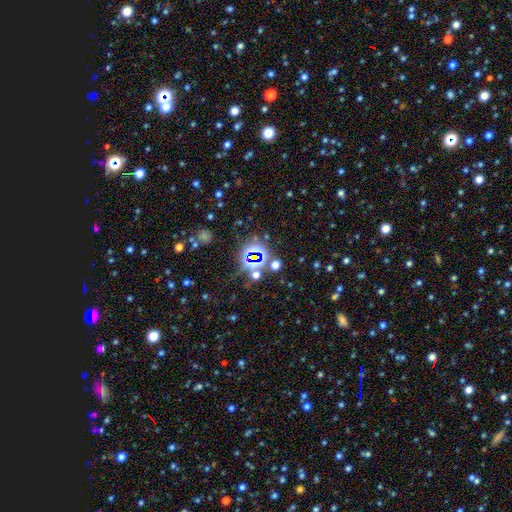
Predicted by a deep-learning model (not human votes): smooth-or-featured: star or artifact: 74% | smooth: 17% | featured or disk: 9%